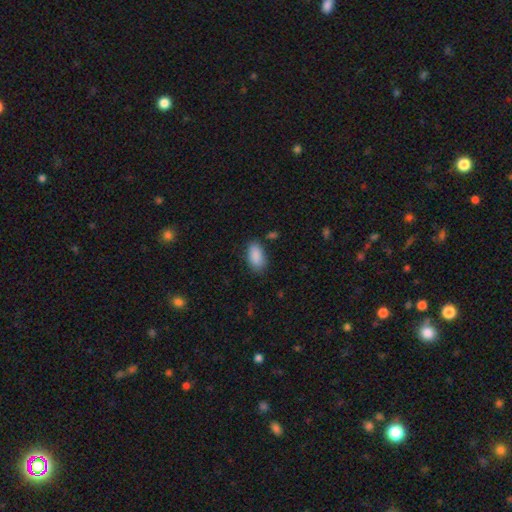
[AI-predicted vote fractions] Q: Smooth or featured?
A: smooth (89%); runner-up: star or artifact (7%)
Q: How rounded?
A: in between (93%); runner-up: cigar-shaped (4%)
Q: Merging?
A: none (80%); runner-up: minor disturbance (14%)